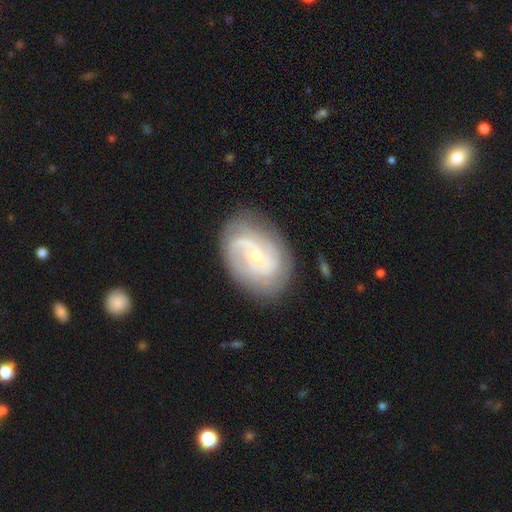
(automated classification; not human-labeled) Q: Smooth or featured?
A: featured or disk (79%); runner-up: smooth (15%)
Q: Edge-on disk?
A: no (97%); runner-up: yes (3%)
Q: Bar?
A: no (59%); runner-up: weak (34%)
Q: Spiral arms?
A: yes (92%); runner-up: no (8%)
Q: Spiral winding?
A: tight (44%); runner-up: medium (39%)
Q: Spiral arm count?
A: 2 (52%); runner-up: can't tell (25%)
Q: Bulge size?
A: small (74%); runner-up: moderate (22%)
Q: Merging?
A: none (75%); runner-up: minor disturbance (17%)